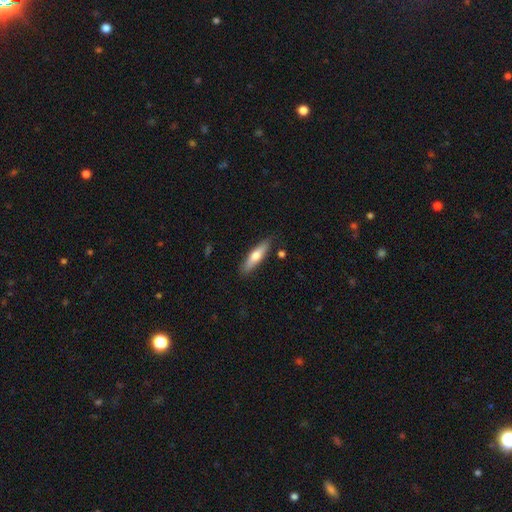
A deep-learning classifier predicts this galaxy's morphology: Overall: smooth (60%; featured or disk 35%). How rounded: cigar-shaped (75%). Merging: none (84%).